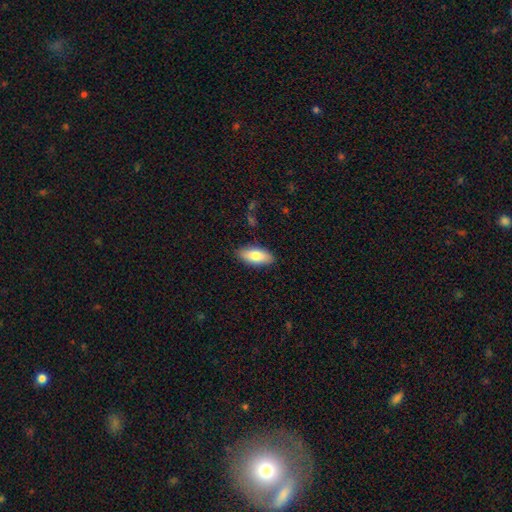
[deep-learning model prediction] smooth 78%, featured or disk 16%, star or artifact 6%. Down the decision tree: how rounded — in between (85%); merging — none (87%).